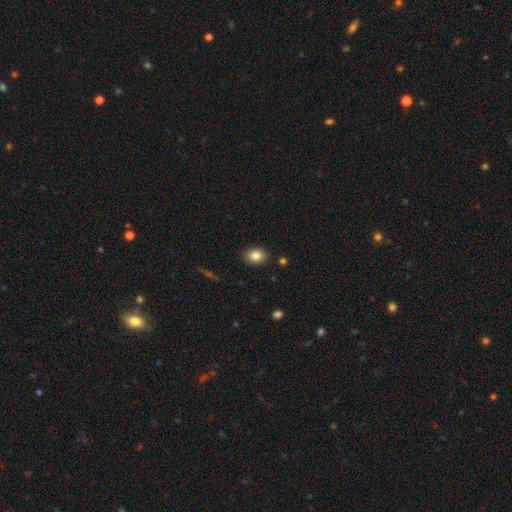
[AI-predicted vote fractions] This appears to be a smooth galaxy with no disk features (82%) that is in between round and cigar-shaped (64%). Merging: none (87%).